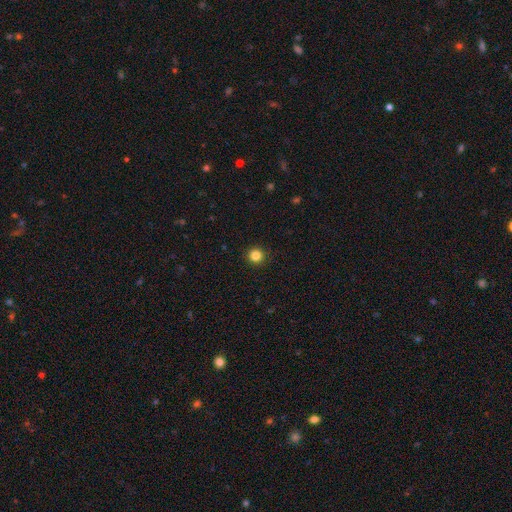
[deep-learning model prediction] Smooth or featured? Predicted: smooth (p=0.84). How rounded? Predicted: round (p=0.96). Merging? Predicted: none (p=0.93).